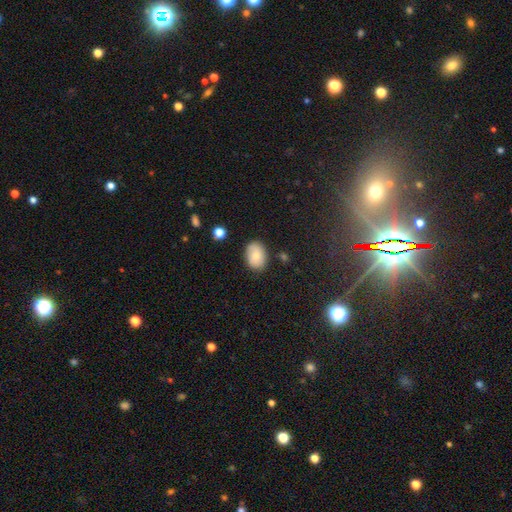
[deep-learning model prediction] A smooth galaxy with no disk features (76%) that is in between round and cigar-shaped (74%). Merging: none (81%).